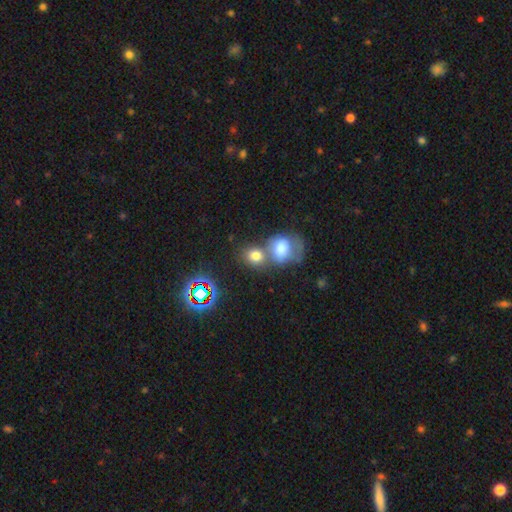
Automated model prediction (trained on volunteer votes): A smooth galaxy with no disk features (72%) that is round (61%). Merging: merger (49%).